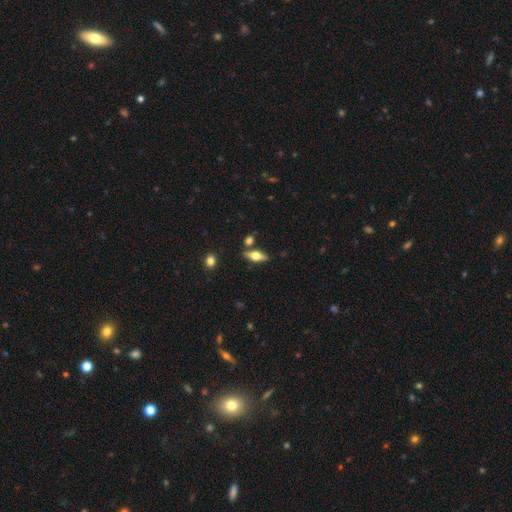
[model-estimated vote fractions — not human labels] The model was most divided on "smooth or featured": featured or disk: 57%, smooth: 36%, star or artifact: 7%. More confident: edge-on bulge — rounded (94%); edge-on disk — yes (93%); merging — none (80%).